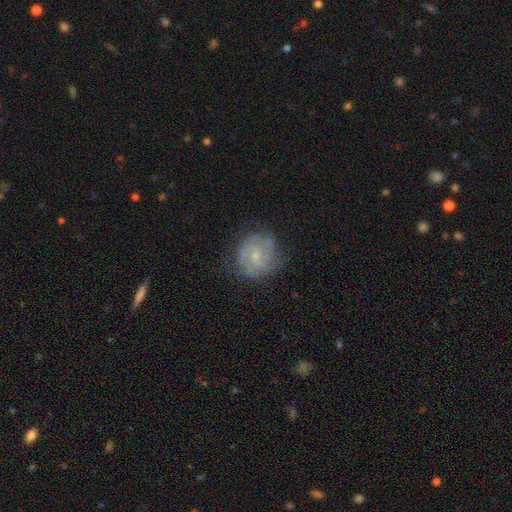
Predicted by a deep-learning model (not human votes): The model was most divided on "spiral arm count": can't tell: 35%, 2: 27%, 3: 21%, 4: 8%, 1: 5%, more than 4: 4%. More confident: edge-on disk — no (98%); spiral arms — yes (90%); smooth or featured — featured or disk (73%); merging — none (70%); bulge size — small (66%); bar — no (59%); spiral winding — tight (56%).